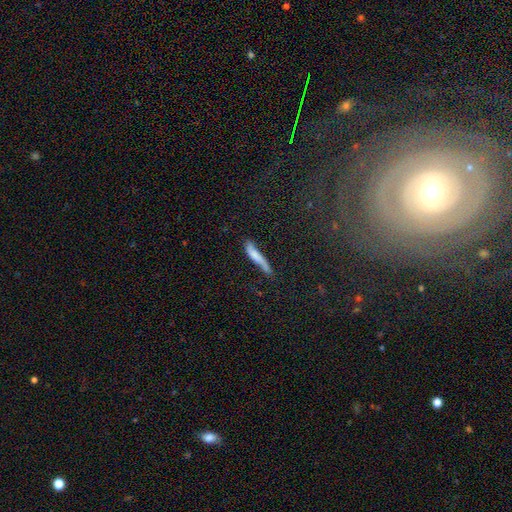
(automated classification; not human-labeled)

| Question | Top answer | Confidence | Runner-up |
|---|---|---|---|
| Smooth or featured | smooth | 66% | featured or disk (25%) |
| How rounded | cigar-shaped | 87% | in between (11%) |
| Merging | none | 49% | minor disturbance (31%) |